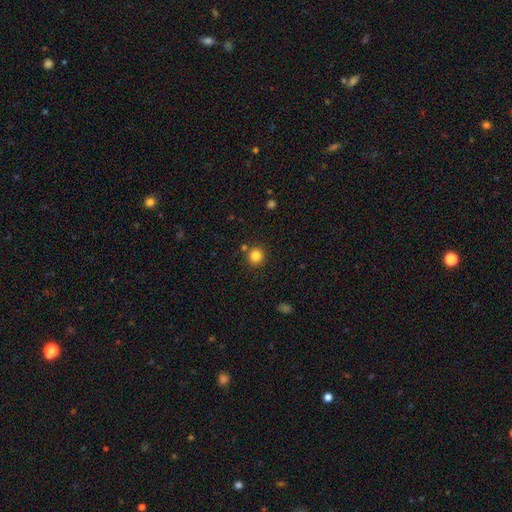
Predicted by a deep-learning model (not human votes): The model was most divided on "smooth or featured": smooth: 83%, star or artifact: 12%, featured or disk: 5%. More confident: how rounded — round (93%); merging — none (85%).